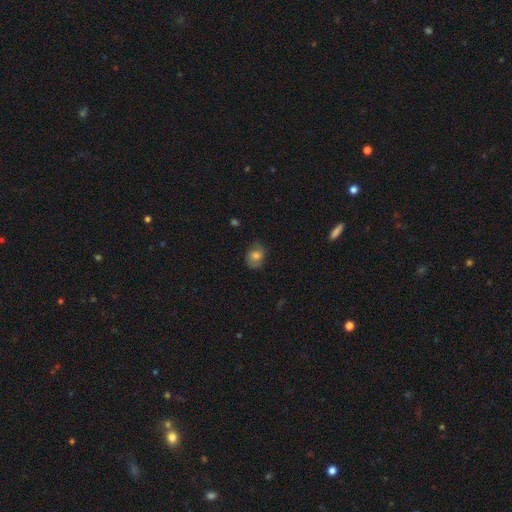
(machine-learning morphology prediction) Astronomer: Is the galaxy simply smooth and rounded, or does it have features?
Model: smooth — 58%.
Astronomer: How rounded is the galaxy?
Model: round — 50% (runner-up: in between, 49%).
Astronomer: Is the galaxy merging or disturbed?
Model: none — 72%.